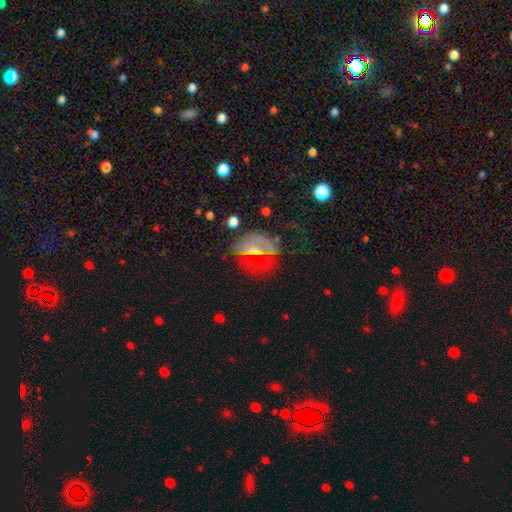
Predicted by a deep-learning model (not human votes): The model was most divided on "merging": none: 36%, major disturbance: 35%, minor disturbance: 20%, merger: 9%. Remaining: smooth or featured — featured or disk (45%).